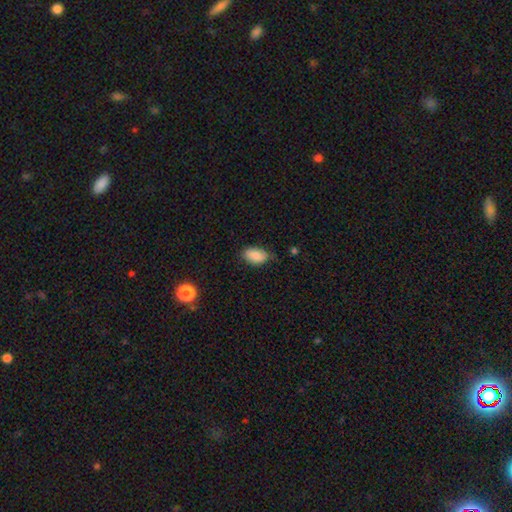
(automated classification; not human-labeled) A smooth galaxy with no disk features (85%) that is in between round and cigar-shaped (91%).

Vote fractions:
- Smooth or featured? smooth: 85% / star or artifact: 8% / featured or disk: 7%
- How rounded? in between: 91% / round: 7% / cigar-shaped: 2%
- Merging? none: 72% / minor disturbance: 23% / major disturbance: 4% / merger: 1%